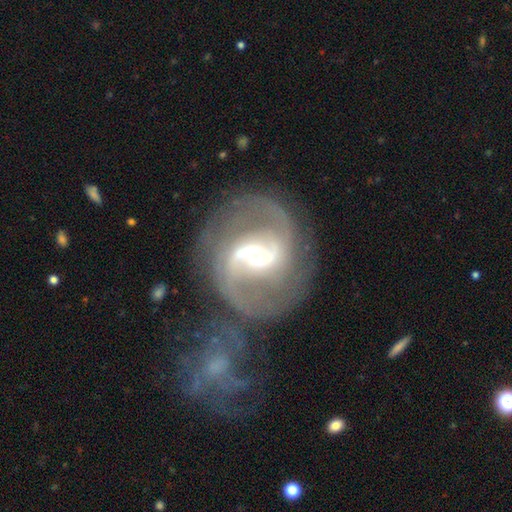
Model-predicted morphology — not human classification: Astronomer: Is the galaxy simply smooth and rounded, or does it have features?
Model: featured or disk — 92%.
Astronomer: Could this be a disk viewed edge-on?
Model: no — 98%.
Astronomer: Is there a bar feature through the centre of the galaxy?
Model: weak — 44% (runner-up: strong, 30%).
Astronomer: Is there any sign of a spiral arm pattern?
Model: yes — 98%.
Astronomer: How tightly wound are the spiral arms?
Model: medium — 58%.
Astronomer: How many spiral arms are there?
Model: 2 — 93%.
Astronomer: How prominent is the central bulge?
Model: small — 54% (runner-up: moderate, 40%).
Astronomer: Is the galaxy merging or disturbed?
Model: none — 73%.